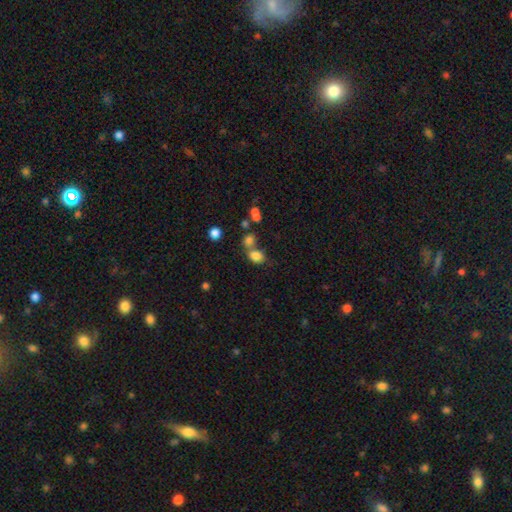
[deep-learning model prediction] A smooth galaxy with no disk features (79%) that is in between round and cigar-shaped (58%).

Vote fractions:
- Smooth or featured? smooth: 79% / star or artifact: 13% / featured or disk: 8%
- How rounded? in between: 58% / round: 41% / cigar-shaped: 1%
- Merging? none: 45% / merger: 39% / minor disturbance: 11% / major disturbance: 5%